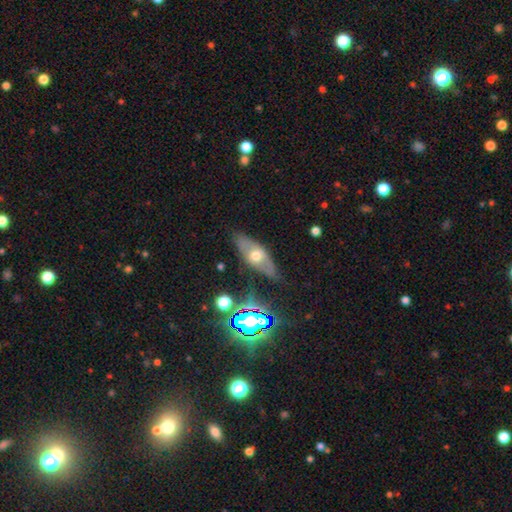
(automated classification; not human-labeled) Smooth or featured: featured or disk — 47% (smooth — 43%)
Merging: none — 74% (minor disturbance — 18%)